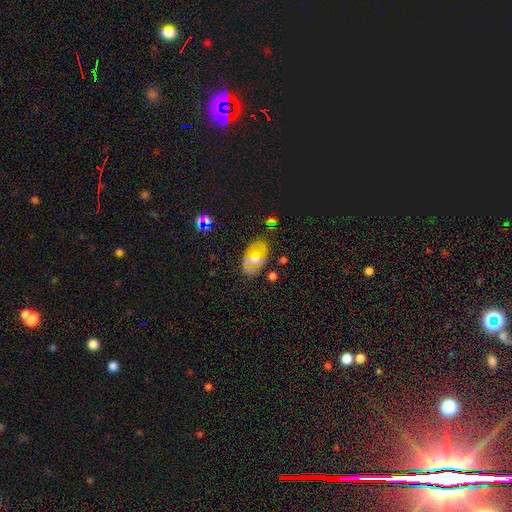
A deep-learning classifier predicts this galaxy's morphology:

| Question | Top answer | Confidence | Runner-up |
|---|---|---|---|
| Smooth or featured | smooth | 49% | featured or disk (29%) |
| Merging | none | 76% | minor disturbance (16%) |